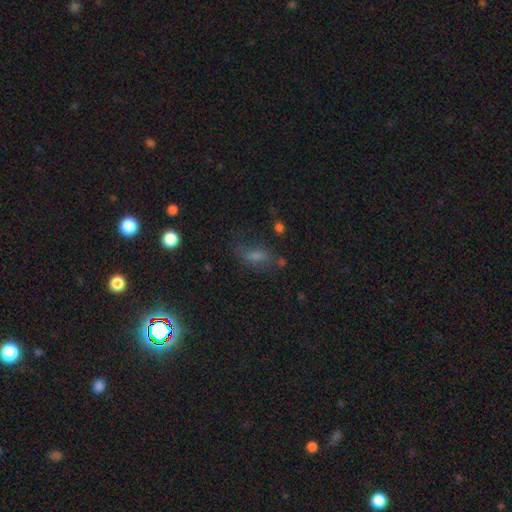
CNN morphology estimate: type=smooth (45%); merging=none (60%).